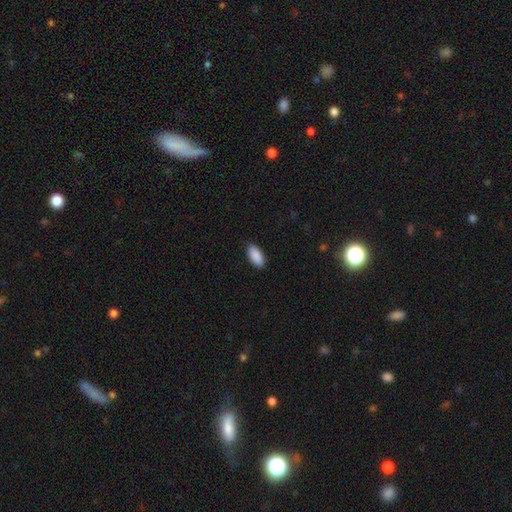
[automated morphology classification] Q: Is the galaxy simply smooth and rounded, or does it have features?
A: smooth — 91%.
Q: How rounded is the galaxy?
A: in between — 90%.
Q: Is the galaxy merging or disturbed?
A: none — 89%.